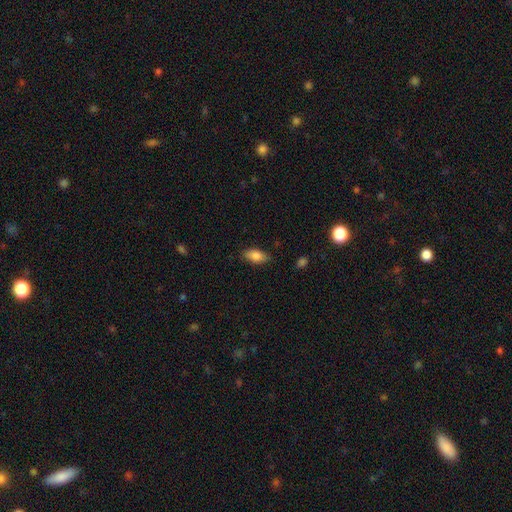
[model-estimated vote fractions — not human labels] Morphology: type=smooth (83%); roundness=in between (87%); merging=none (83%).